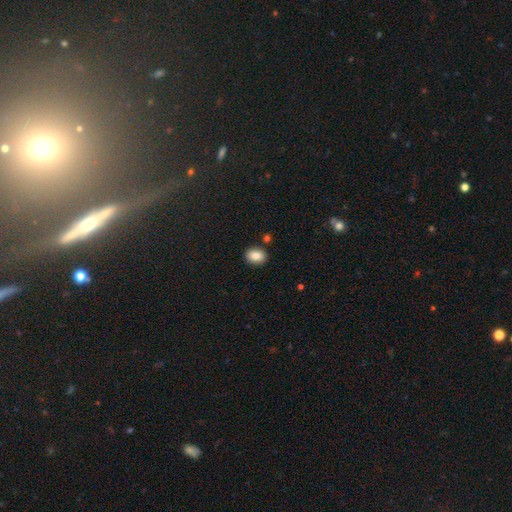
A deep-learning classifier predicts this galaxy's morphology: Smooth or featured: smooth — 86% (star or artifact — 8%)
How rounded: in between — 70% (round — 29%)
Merging: none — 87% (minor disturbance — 8%)